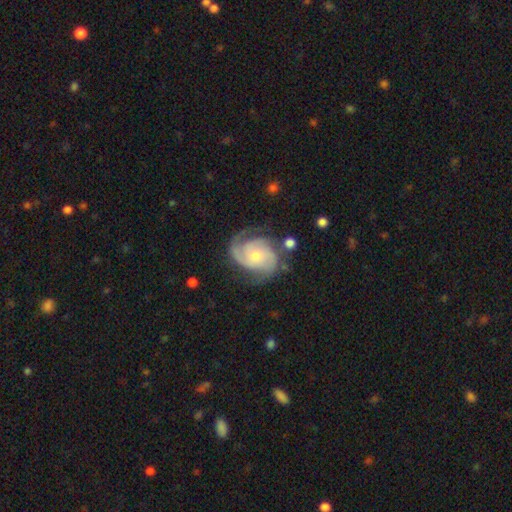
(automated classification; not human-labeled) Smooth or featured?
  - featured or disk: 89% *
  - smooth: 7%
  - star or artifact: 5%
Edge-on disk?
  - no: 98% *
  - yes: 2%
Bar?
  - no: 70% *
  - weak: 25%
  - strong: 5%
Spiral arms?
  - yes: 98% *
  - no: 2%
Spiral winding?
  - tight: 46% *
  - medium: 42%
  - loose: 11%
Spiral arm count?
  - 2: 53% *
  - 3: 27%
  - can't tell: 9%
  - 1: 5%
  - 4: 3%
  - more than 4: 3%
Bulge size?
  - moderate: 50% *
  - small: 46%
  - large: 2%
  - none: 1%
  - dominant: 1%
Merging?
  - none: 68% *
  - minor disturbance: 20%
  - major disturbance: 9%
  - merger: 3%